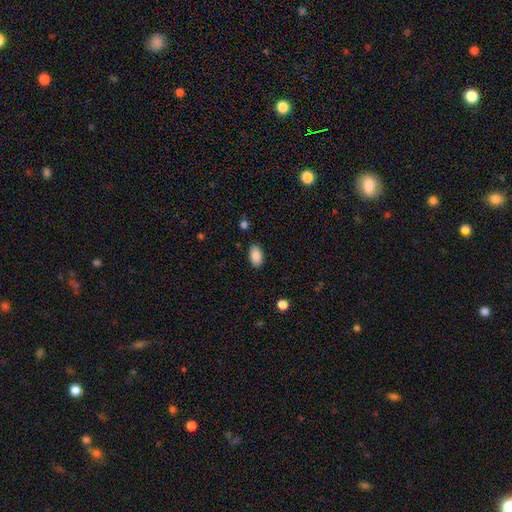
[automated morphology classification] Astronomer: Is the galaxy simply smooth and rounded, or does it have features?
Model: smooth — 88%.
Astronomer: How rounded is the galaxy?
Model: in between — 94%.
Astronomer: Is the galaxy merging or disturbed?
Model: none — 87%.